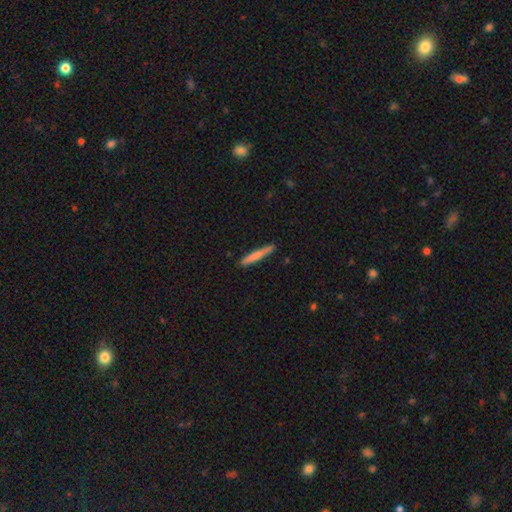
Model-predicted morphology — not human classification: smooth-or-featured: smooth: 66% | featured or disk: 28% | star or artifact: 5%
  how-rounded: cigar-shaped: 95% | in between: 4% | round: 1%
  merging: none: 88% | minor disturbance: 9% | major disturbance: 2% | merger: 1%